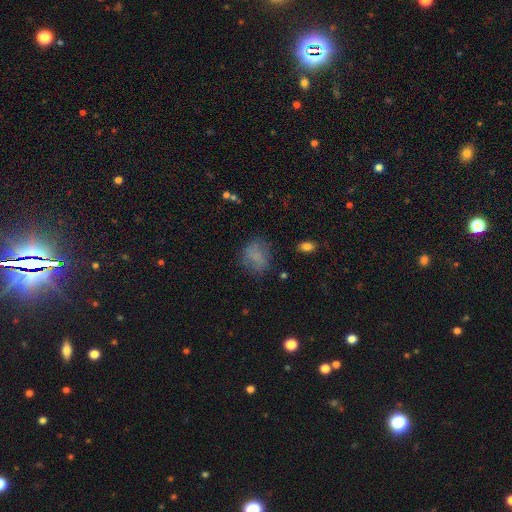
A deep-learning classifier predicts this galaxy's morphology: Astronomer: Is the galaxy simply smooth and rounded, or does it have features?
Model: smooth — 70%.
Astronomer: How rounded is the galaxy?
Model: round — 53% (runner-up: in between, 45%).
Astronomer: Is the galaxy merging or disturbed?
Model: none — 67%.